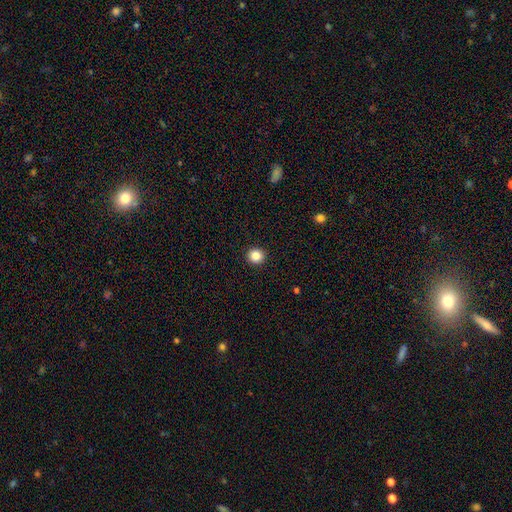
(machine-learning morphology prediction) This is clearly a smooth galaxy (85%). How rounded: clearly round (93%). Merging: clearly none (94%).